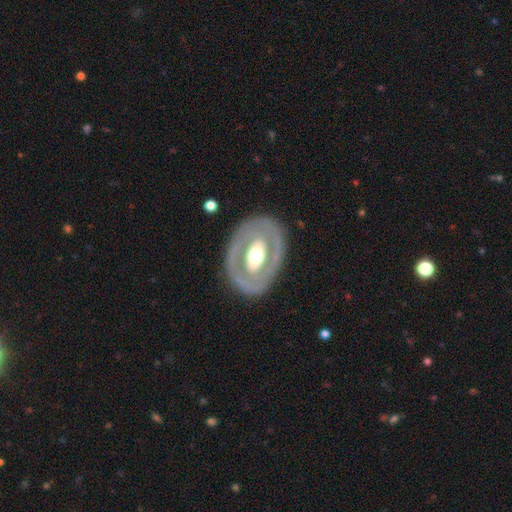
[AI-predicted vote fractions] Morphology: type=featured or disk (68%); edge-on=no (92%); bar=no (59%); spiral arms=no (80%); bulge=moderate (61%); merging=none (82%).